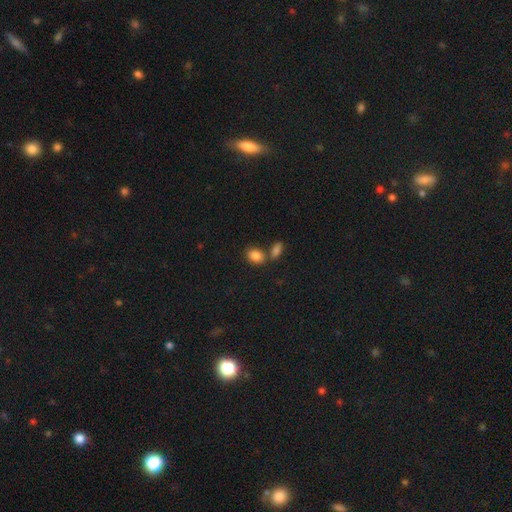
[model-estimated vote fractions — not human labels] Overall: smooth (85%). How rounded: in between (76%). Merging: none (54%; merger 31%).